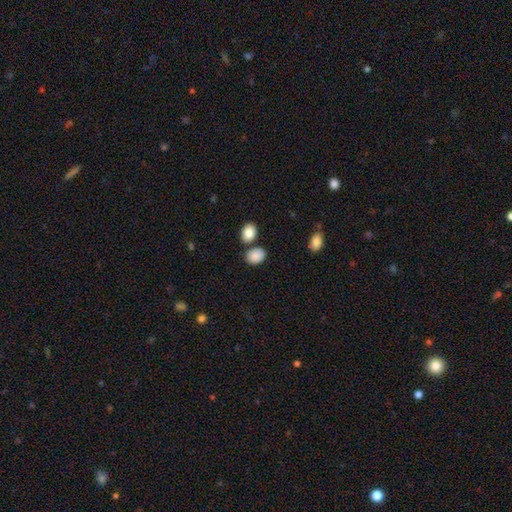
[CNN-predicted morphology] type=smooth (87%); roundness=in between (67%); merging=none (72%).